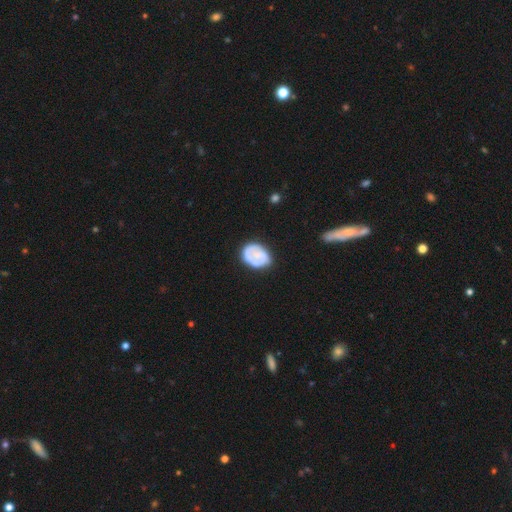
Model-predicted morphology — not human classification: Smooth or featured: smooth — 49% (featured or disk — 45%)
Merging: none — 66% (minor disturbance — 23%)